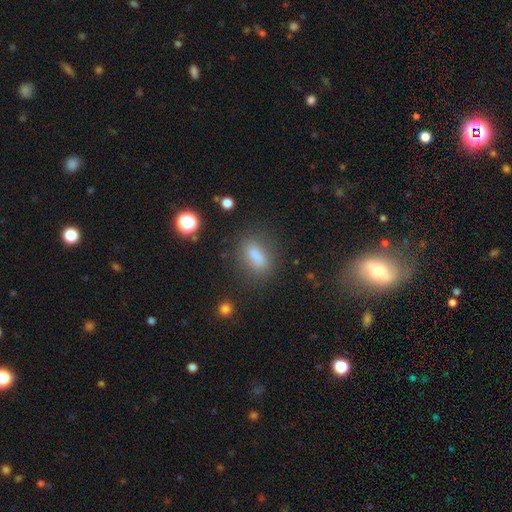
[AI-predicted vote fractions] The model was most divided on "how rounded": in between: 70%, cigar-shaped: 20%, round: 10%. More confident: merging — none (78%); smooth or featured — smooth (77%).